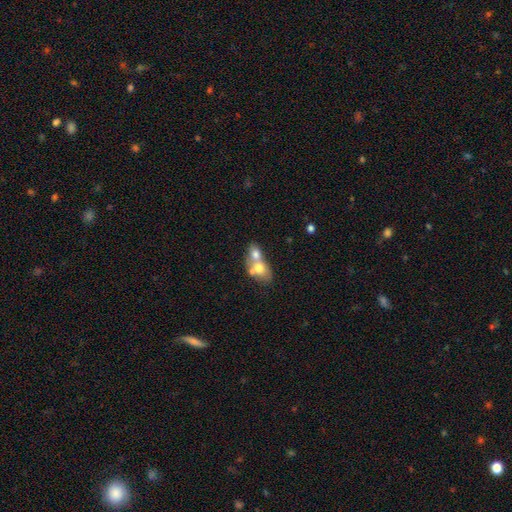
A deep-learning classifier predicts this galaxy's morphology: The model was most divided on "how rounded": in between: 60%, round: 37%, cigar-shaped: 3%. More confident: merging — merger (73%); smooth or featured — smooth (60%).